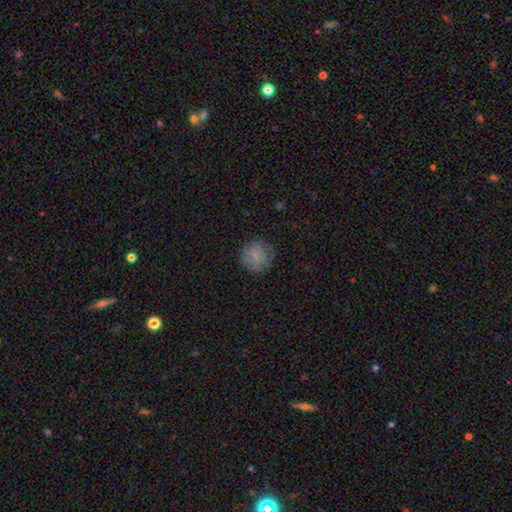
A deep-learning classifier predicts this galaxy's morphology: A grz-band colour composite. It shows a smooth galaxy with no disk features (80%) that is round (92%). Merging: none (79%).